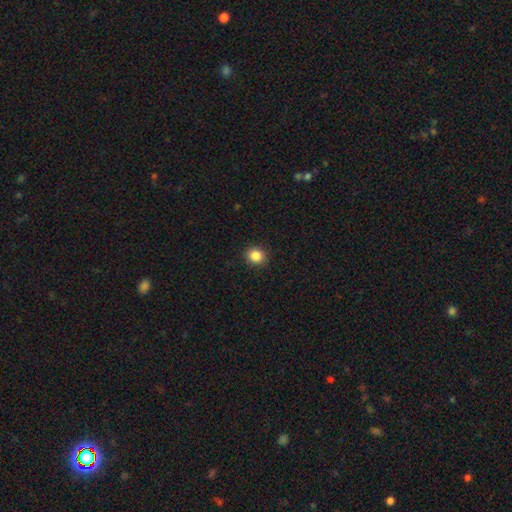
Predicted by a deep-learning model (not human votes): Q: Smooth or featured?
A: smooth (86%); runner-up: star or artifact (10%)
Q: How rounded?
A: round (82%); runner-up: in between (17%)
Q: Merging?
A: none (92%); runner-up: minor disturbance (6%)